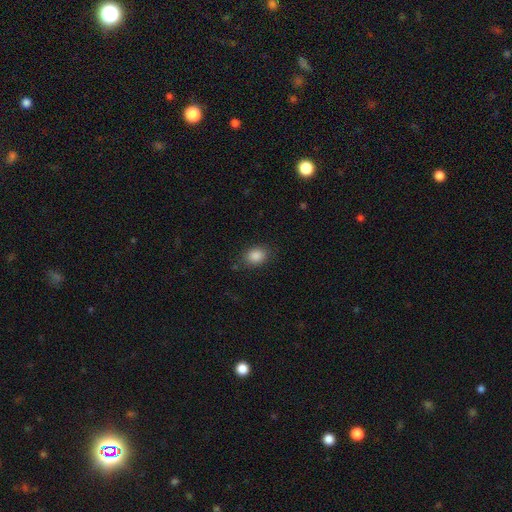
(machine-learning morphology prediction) Smooth or featured? smooth (87%)
How rounded? in between (60%)
Merging? none (83%)